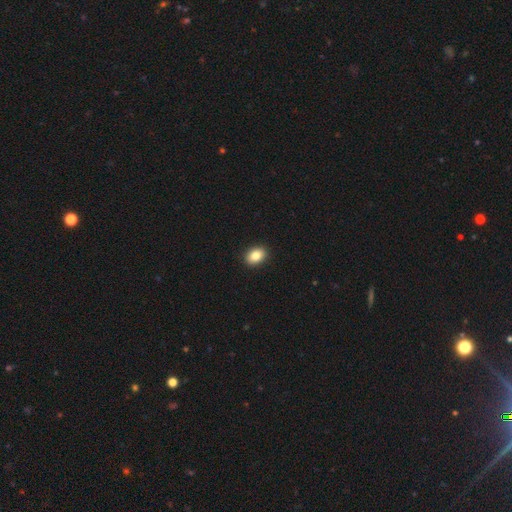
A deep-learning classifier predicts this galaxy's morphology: Overall: smooth (85%). How rounded: in between (77%). Merging: none (92%).